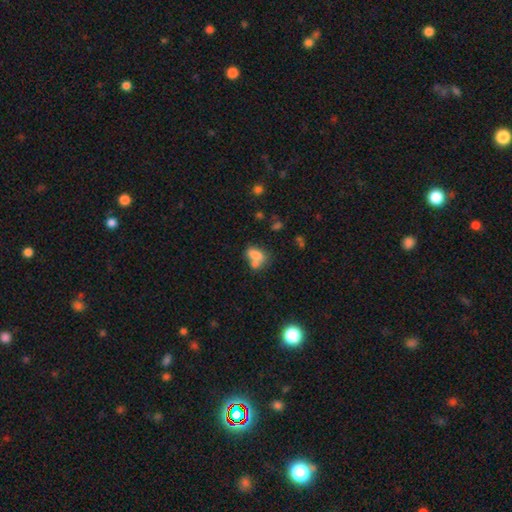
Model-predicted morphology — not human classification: Q: Smooth or featured?
A: smooth (75%); runner-up: featured or disk (14%)
Q: How rounded?
A: in between (82%); runner-up: round (14%)
Q: Merging?
A: merger (50%); runner-up: none (33%)